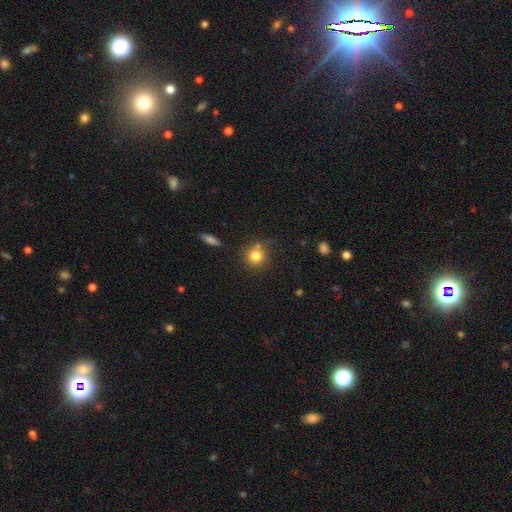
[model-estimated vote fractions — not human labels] smooth 80%, star or artifact 11%, featured or disk 9%. Down the decision tree: how rounded — round (88%); merging — none (65%).